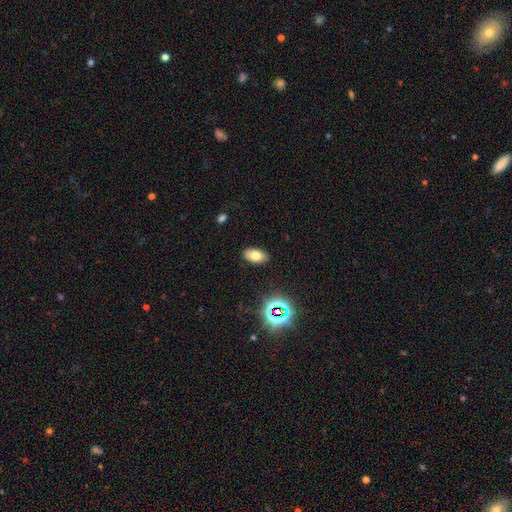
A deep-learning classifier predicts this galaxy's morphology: A smooth galaxy with no disk features (71%) that is in between round and cigar-shaped (92%).

Vote fractions:
- Smooth or featured? smooth: 71% / star or artifact: 16% / featured or disk: 13%
- How rounded? in between: 92% / round: 5% / cigar-shaped: 2%
- Merging? none: 88% / minor disturbance: 8% / major disturbance: 3% / merger: 1%